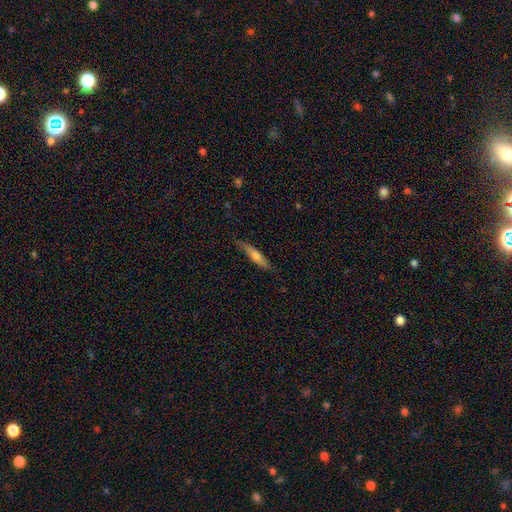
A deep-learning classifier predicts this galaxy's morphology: smooth-or-featured: smooth: 60% | featured or disk: 34% | star or artifact: 6%
  how-rounded: cigar-shaped: 83% | in between: 16% | round: 2%
  merging: none: 81% | minor disturbance: 16% | major disturbance: 3% | merger: 1%